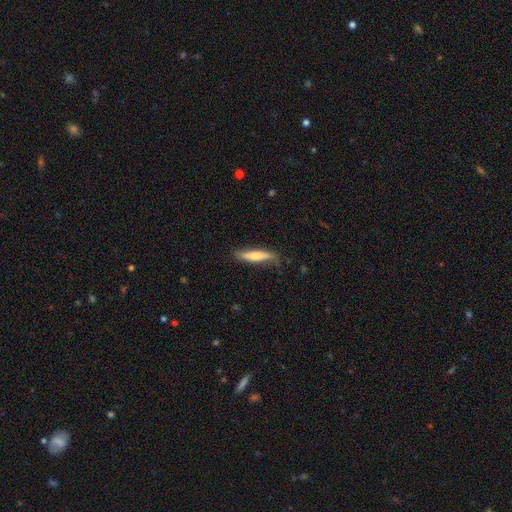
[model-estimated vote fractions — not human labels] Smooth or featured: smooth — 49% (featured or disk — 45%)
Merging: none — 73% (minor disturbance — 21%)